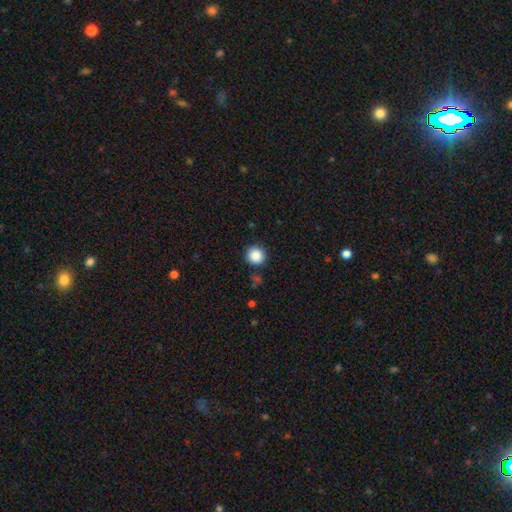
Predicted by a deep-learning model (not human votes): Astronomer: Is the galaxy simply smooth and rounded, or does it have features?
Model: smooth — 87%.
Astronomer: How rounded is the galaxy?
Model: round — 93%.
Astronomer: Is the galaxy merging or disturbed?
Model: none — 87%.